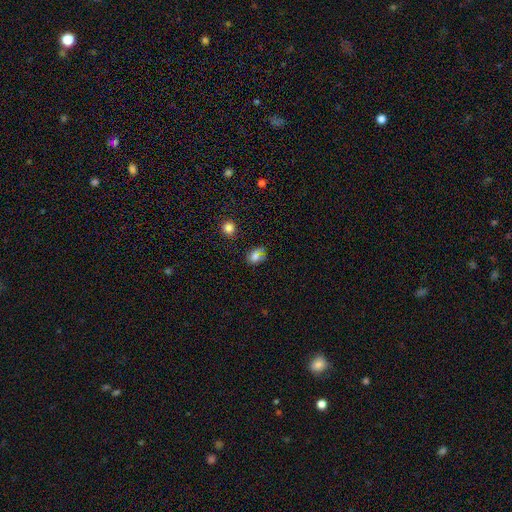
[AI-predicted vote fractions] Smooth or featured: smooth — 66% (star or artifact — 19%)
How rounded: in between — 57% (round — 41%)
Merging: none — 51% (minor disturbance — 24%)